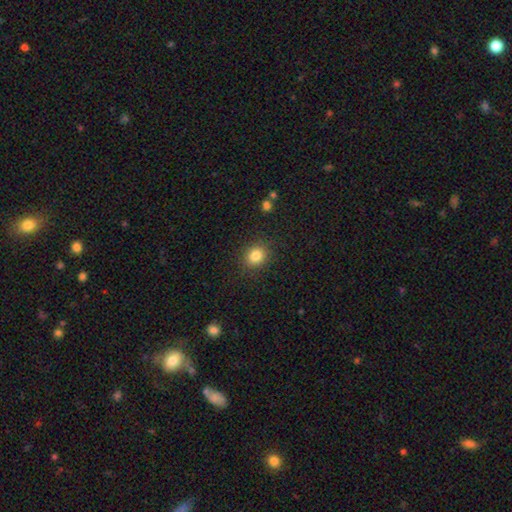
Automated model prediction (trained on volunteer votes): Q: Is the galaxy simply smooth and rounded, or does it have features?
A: smooth — 83%.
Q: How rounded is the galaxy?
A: round — 72%.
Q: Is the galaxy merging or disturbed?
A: none — 88%.